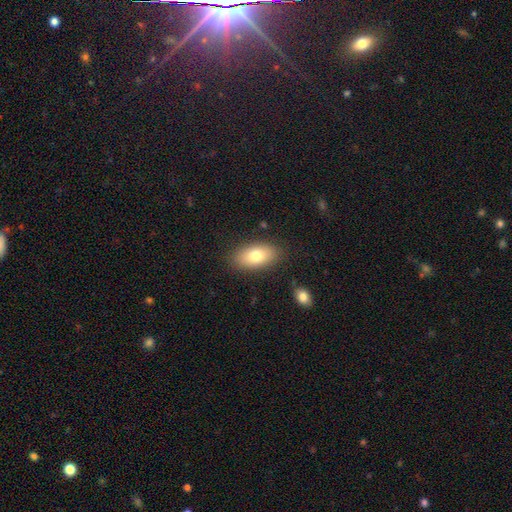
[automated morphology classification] A smooth galaxy with no disk features (78%) that is in between round and cigar-shaped (91%). Merging: none (86%).